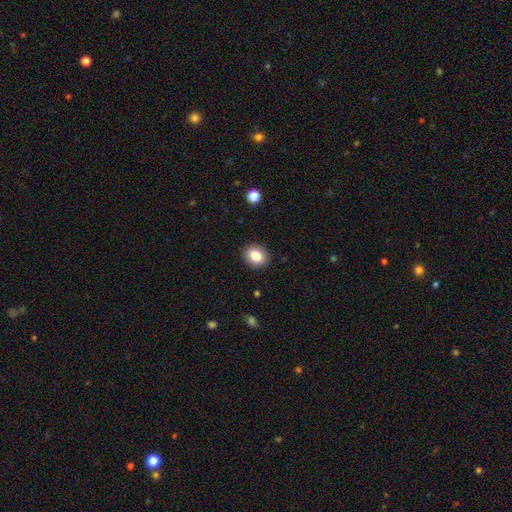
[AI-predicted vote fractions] A smooth galaxy with no disk features (84%) that is round (60%).

Vote fractions:
- Smooth or featured? smooth: 84% / star or artifact: 9% / featured or disk: 7%
- How rounded? round: 60% / in between: 40% / cigar-shaped: 1%
- Merging? none: 90% / minor disturbance: 7% / major disturbance: 2% / merger: 1%